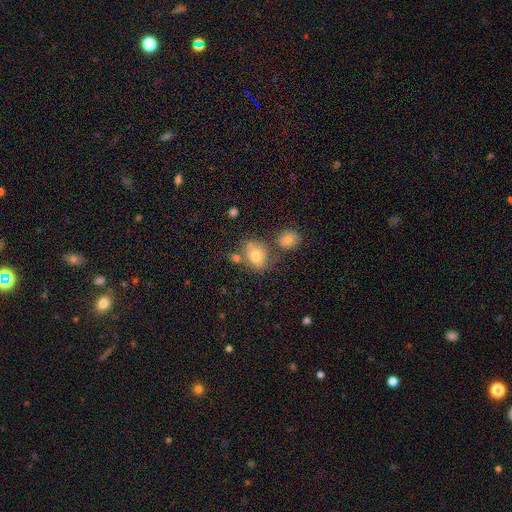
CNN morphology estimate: A smooth galaxy with no disk features (73%) that is in between round and cigar-shaped (57%). Merging: none (58%).